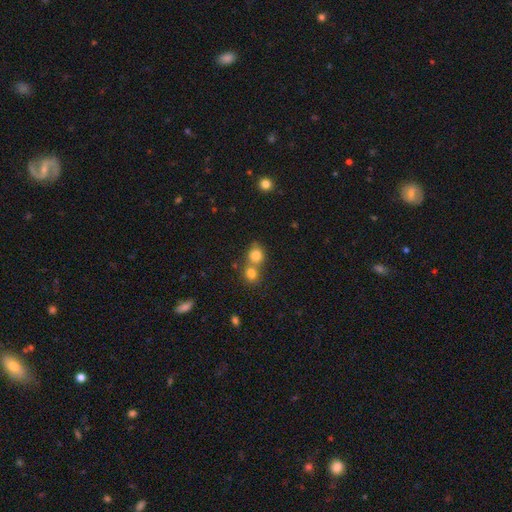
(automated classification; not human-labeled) A smooth galaxy with no disk features (80%) that is round (81%). Merging: merger (47%).